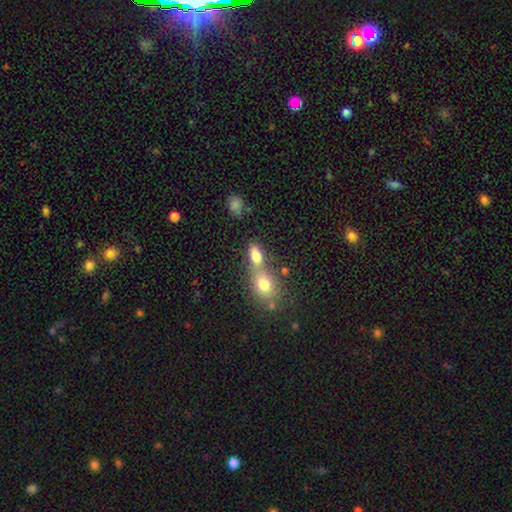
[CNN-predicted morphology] A smooth galaxy with no disk features (78%) that is in between round and cigar-shaped (81%).

Vote fractions:
- Smooth or featured? smooth: 78% / featured or disk: 11% / star or artifact: 11%
- How rounded? in between: 81% / round: 12% / cigar-shaped: 7%
- Merging? merger: 53% / none: 34% / minor disturbance: 8% / major disturbance: 4%